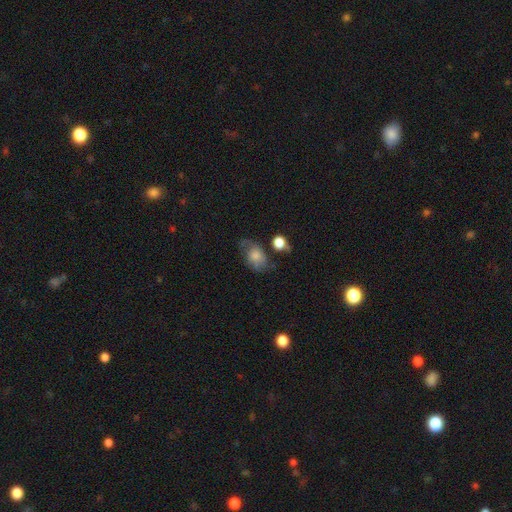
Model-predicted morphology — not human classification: type=smooth (63%); roundness=in between (73%); merging=none (41%).